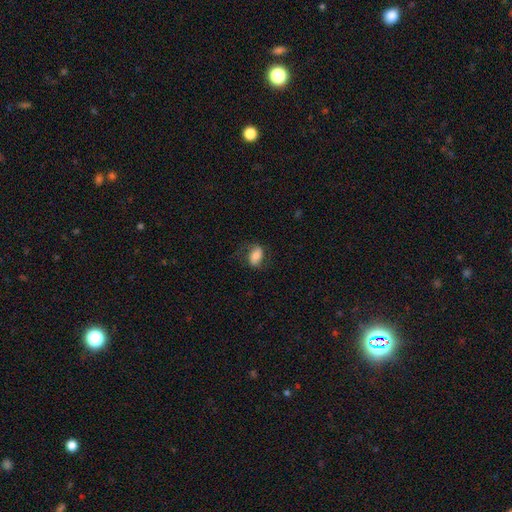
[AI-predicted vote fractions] smooth 64%, featured or disk 28%, star or artifact 8%. Down the decision tree: how rounded — in between (86%); merging — none (66%).